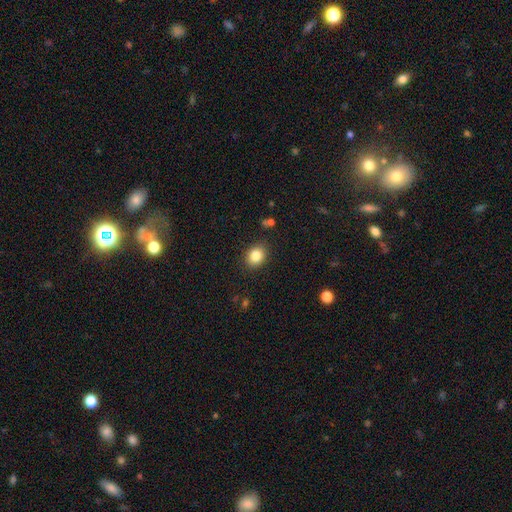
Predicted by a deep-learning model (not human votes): Q: Smooth or featured?
A: smooth (84%); runner-up: star or artifact (10%)
Q: How rounded?
A: round (56%); runner-up: in between (43%)
Q: Merging?
A: none (87%); runner-up: minor disturbance (9%)